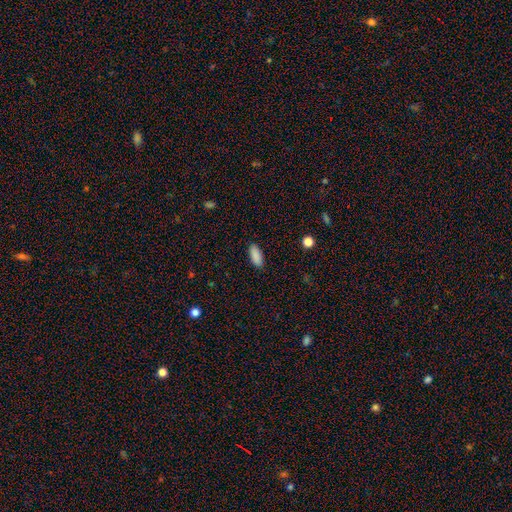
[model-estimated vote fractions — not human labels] smooth-or-featured: smooth: 89% | star or artifact: 7% | featured or disk: 4%
  how-rounded: in between: 79% | cigar-shaped: 20% | round: 2%
  merging: none: 89% | minor disturbance: 8% | major disturbance: 2% | merger: 1%